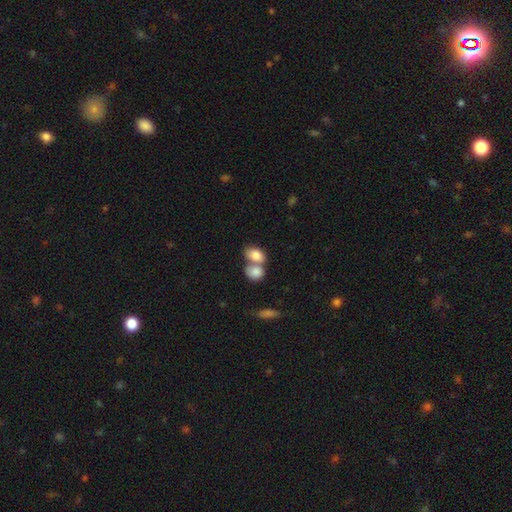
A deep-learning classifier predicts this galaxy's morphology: Q: Smooth or featured?
A: smooth (83%); runner-up: featured or disk (10%)
Q: How rounded?
A: in between (80%); runner-up: round (18%)
Q: Merging?
A: merger (60%); runner-up: none (28%)